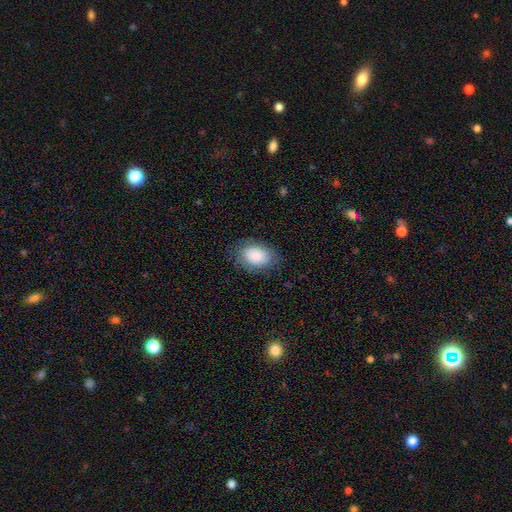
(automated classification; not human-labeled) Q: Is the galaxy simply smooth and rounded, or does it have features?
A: smooth — 88%.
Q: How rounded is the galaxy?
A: in between — 83%.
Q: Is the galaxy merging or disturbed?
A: none — 79%.